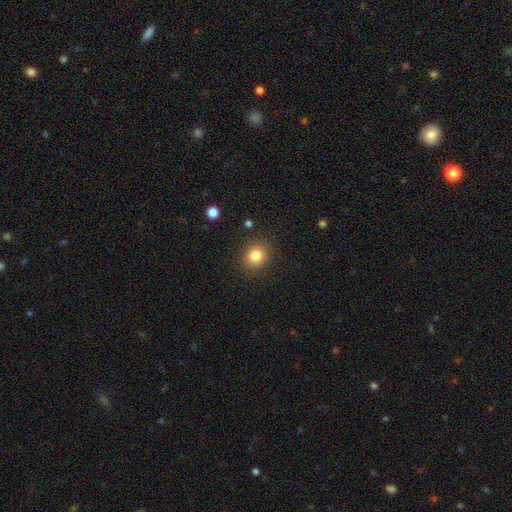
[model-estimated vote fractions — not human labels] This is clearly a smooth galaxy (83%). How rounded: clearly round (80%). Merging: clearly none (88%).